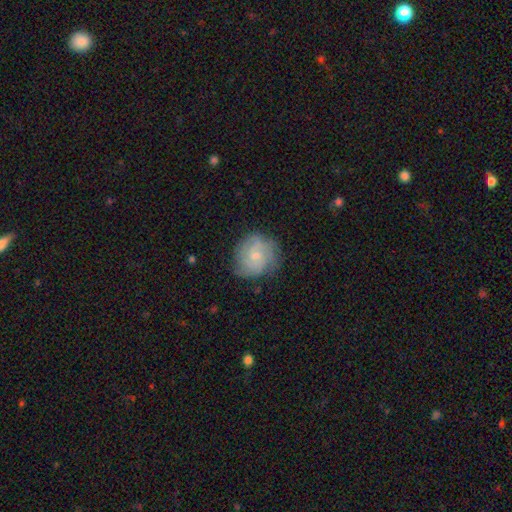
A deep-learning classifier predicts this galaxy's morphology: The model was most divided on "spiral arm count": can't tell: 35%, 2: 26%, 3: 22%, 4: 8%, 1: 5%, more than 4: 5%. More confident: edge-on disk — no (98%); spiral arms — yes (90%); merging — none (75%); bar — no (70%); bulge size — small (65%); smooth or featured — featured or disk (62%); spiral winding — tight (59%).